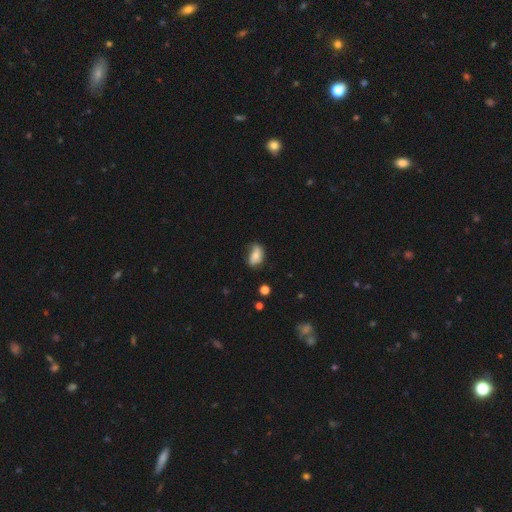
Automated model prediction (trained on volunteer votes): smooth 66%, featured or disk 25%, star or artifact 9%. Down the decision tree: how rounded — in between (88%); merging — none (52%).